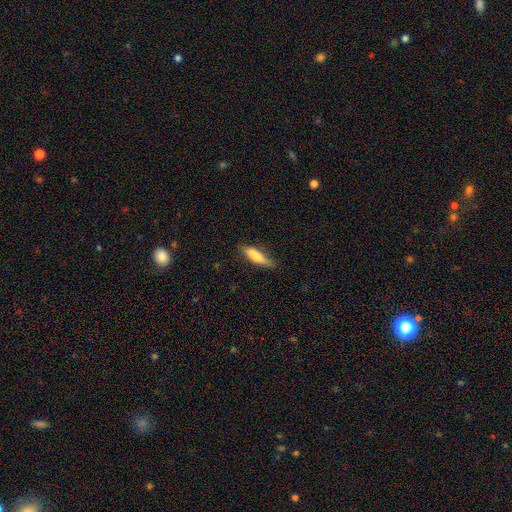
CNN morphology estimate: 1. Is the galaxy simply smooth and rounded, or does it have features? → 73% smooth, 21% featured or disk, 6% star or artifact.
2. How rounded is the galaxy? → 68% cigar-shaped, 30% in between, 2% round.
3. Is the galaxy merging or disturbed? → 68% none, 25% minor disturbance, 5% major disturbance, 2% merger.